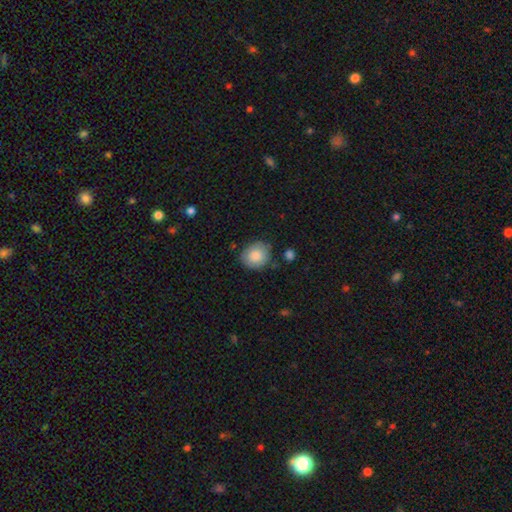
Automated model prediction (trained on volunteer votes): smooth_or_featured: smooth (p=0.85) [alt: featured or disk p=0.08]
how_rounded: round (p=0.75) [alt: in between p=0.24]
merging: none (p=0.76) [alt: minor disturbance p=0.17]